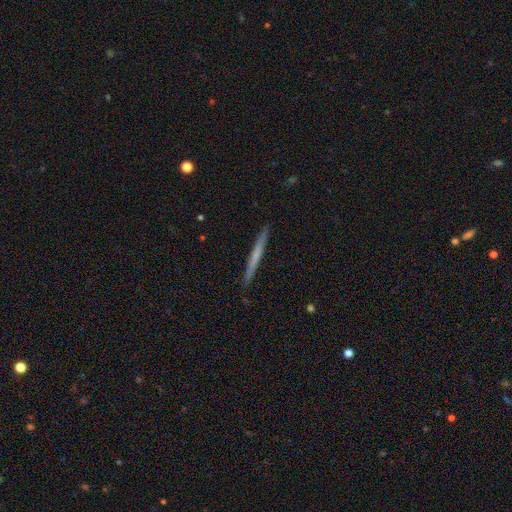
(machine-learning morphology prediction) Q: Smooth or featured?
A: smooth (52%); runner-up: featured or disk (42%)
Q: How rounded?
A: cigar-shaped (97%); runner-up: in between (2%)
Q: Merging?
A: none (92%); runner-up: minor disturbance (6%)